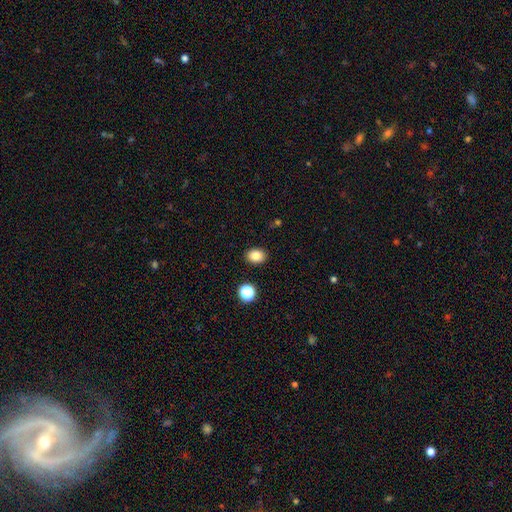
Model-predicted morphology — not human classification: A smooth galaxy with no disk features (83%) that is in between round and cigar-shaped (64%).

Vote fractions:
- Smooth or featured? smooth: 83% / star or artifact: 10% / featured or disk: 7%
- How rounded? in between: 64% / round: 35% / cigar-shaped: 1%
- Merging? none: 89% / minor disturbance: 7% / major disturbance: 2% / merger: 2%